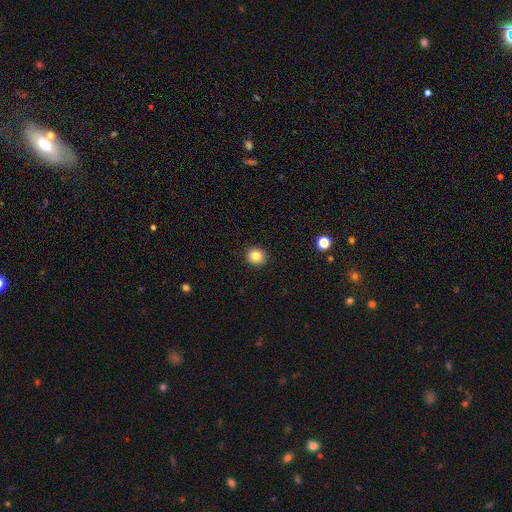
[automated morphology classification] Q: Smooth or featured?
A: smooth (83%); runner-up: star or artifact (11%)
Q: How rounded?
A: round (83%); runner-up: in between (16%)
Q: Merging?
A: none (92%); runner-up: minor disturbance (5%)